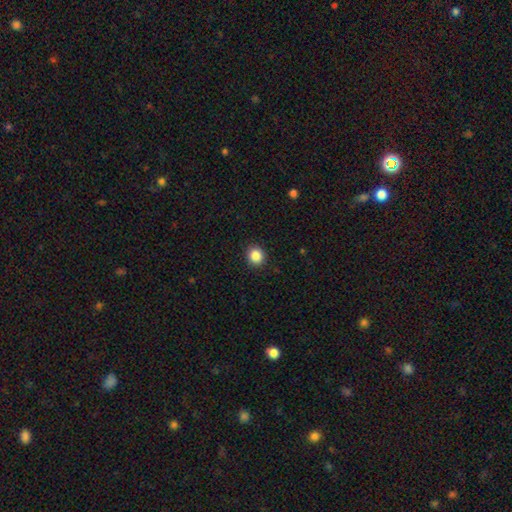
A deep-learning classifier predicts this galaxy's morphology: This is clearly a smooth galaxy (87%). How rounded: clearly round (84%). Merging: clearly none (91%).